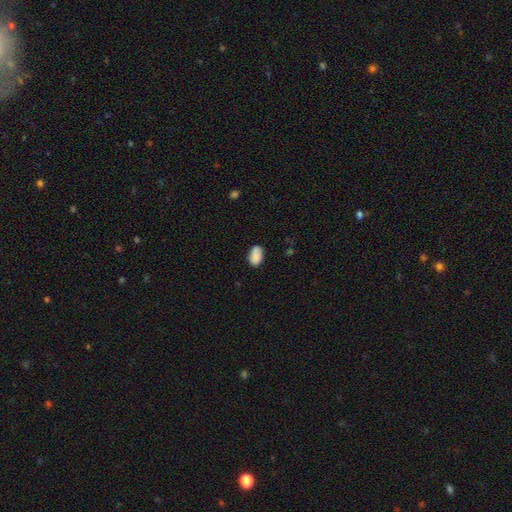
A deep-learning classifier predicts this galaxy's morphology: This is clearly a smooth galaxy (86%). How rounded: clearly in between (90%). Merging: likely none (74%).